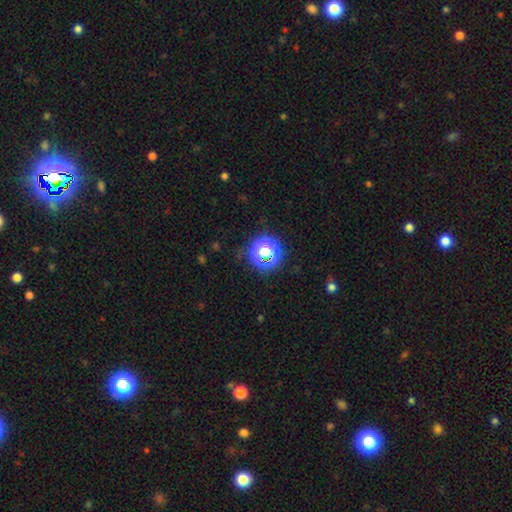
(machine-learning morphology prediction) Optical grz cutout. It shows a star or artifact, not a galaxy (65%).